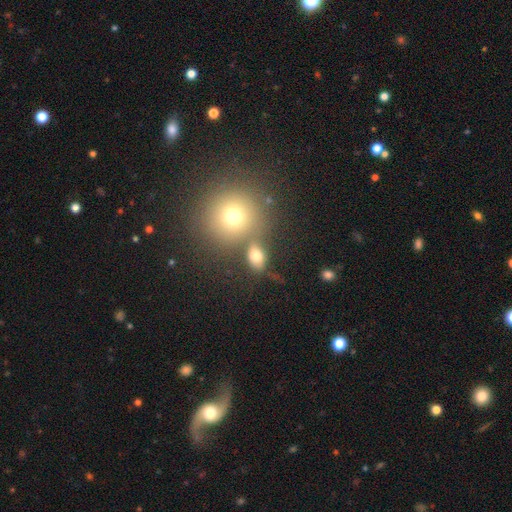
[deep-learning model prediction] This appears to be a smooth galaxy with no disk features (75%) that is in between round and cigar-shaped (63%). Merging: none (60%).